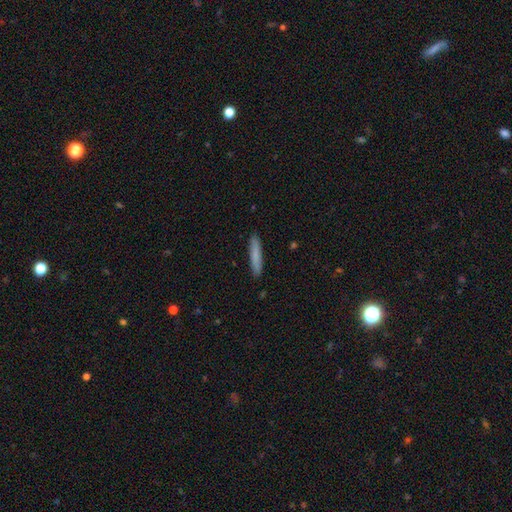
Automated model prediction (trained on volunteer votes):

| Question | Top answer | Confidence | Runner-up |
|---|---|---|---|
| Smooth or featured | smooth | 76% | featured or disk (17%) |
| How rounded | cigar-shaped | 94% | in between (5%) |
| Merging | none | 91% | minor disturbance (6%) |